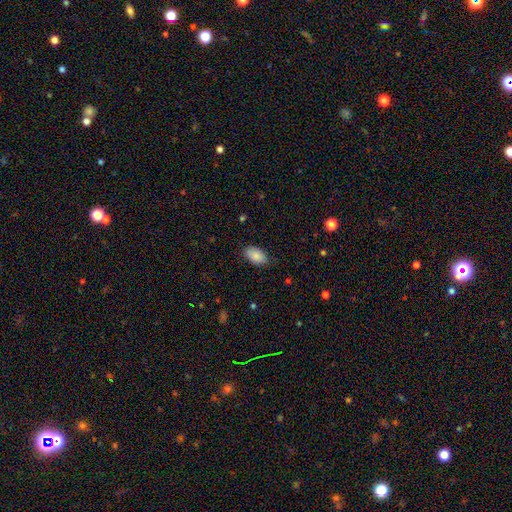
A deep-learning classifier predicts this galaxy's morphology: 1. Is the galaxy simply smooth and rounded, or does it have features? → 87% smooth, 7% star or artifact, 6% featured or disk.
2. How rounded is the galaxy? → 95% in between, 4% round, 2% cigar-shaped.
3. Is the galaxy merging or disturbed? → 83% none, 13% minor disturbance, 3% major disturbance, 1% merger.